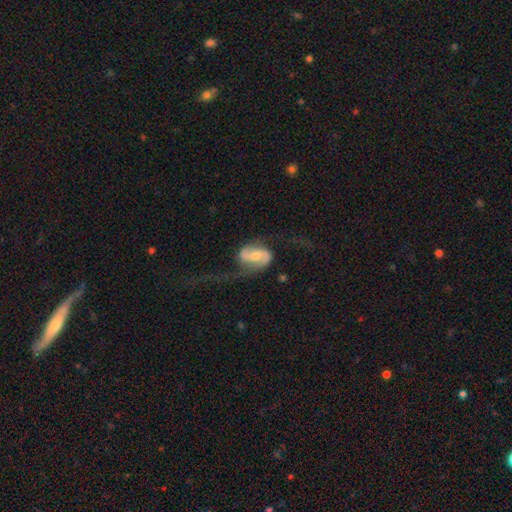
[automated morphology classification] This is likely a featured or disk galaxy (79%). It is clearly not viewed edge-on (97%). Bar: marginally weak (44%). Spiral arm pattern: clearly yes (93%). Spiral arm count: clearly 2 (90%). Spiral winding: possibly loose (59%). Central bulge: possibly moderate (56%). Merging: marginally none (44%).